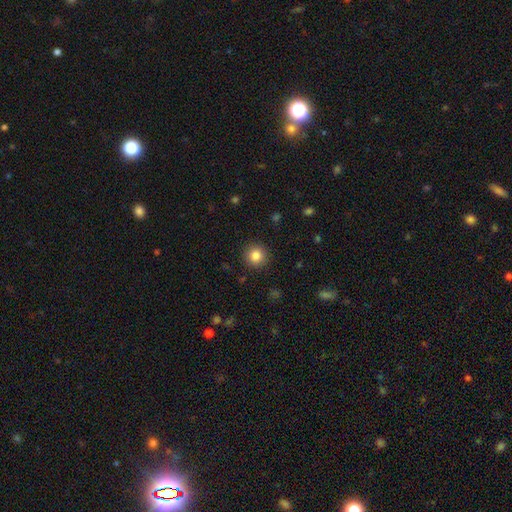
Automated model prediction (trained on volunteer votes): Smooth or featured? smooth (84%)
How rounded? round (94%)
Merging? none (91%)